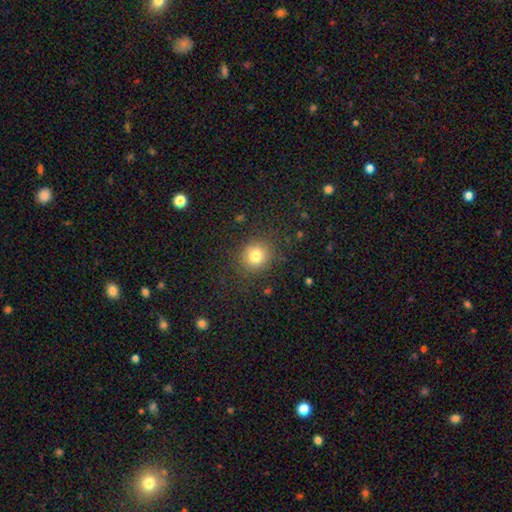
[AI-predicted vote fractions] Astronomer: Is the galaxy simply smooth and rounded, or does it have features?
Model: smooth — 80%.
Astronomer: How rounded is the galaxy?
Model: round — 84%.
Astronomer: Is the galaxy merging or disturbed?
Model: none — 85%.